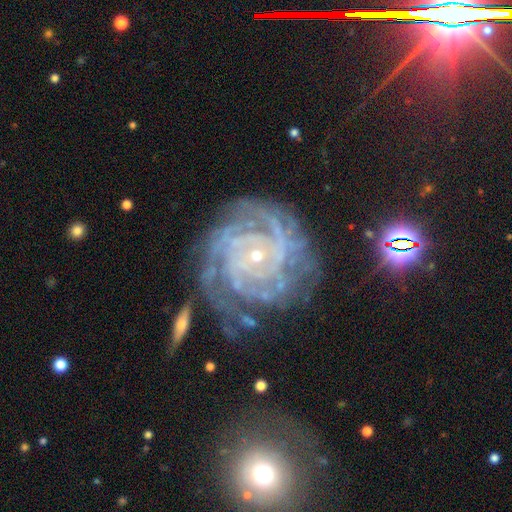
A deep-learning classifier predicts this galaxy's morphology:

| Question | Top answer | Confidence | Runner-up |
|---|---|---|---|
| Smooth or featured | featured or disk | 88% | star or artifact (7%) |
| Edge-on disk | no | 97% | yes (3%) |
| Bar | no | 73% | weak (19%) |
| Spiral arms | yes | 98% | no (2%) |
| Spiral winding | tight | 79% | medium (18%) |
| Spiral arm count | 4 | 23% | can't tell (22%) |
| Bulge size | small | 86% | moderate (10%) |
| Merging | none | 64% | minor disturbance (21%) |